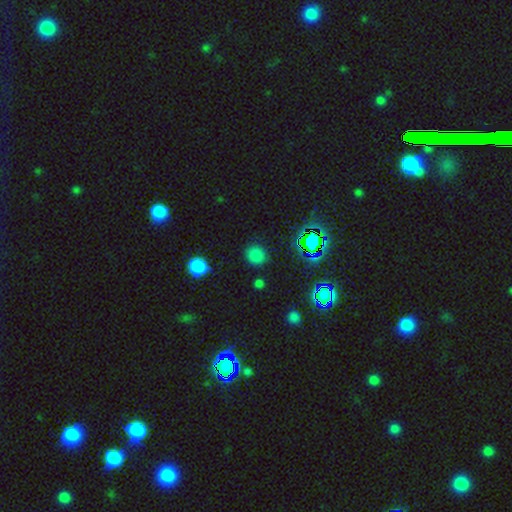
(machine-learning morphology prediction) smooth_or_featured: smooth (p=0.73) [alt: star or artifact p=0.21]
how_rounded: round (p=0.88) [alt: in between p=0.10]
merging: none (p=0.87) [alt: minor disturbance p=0.09]